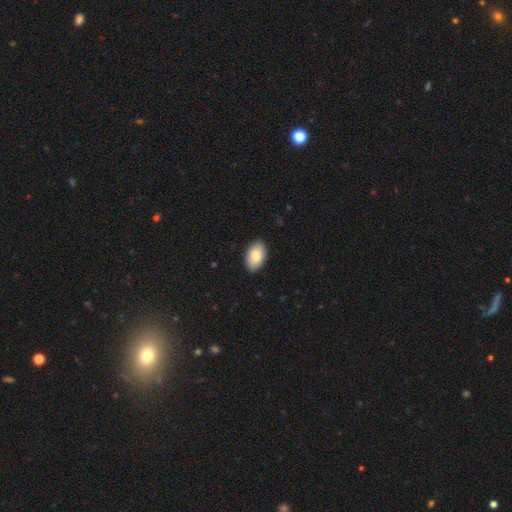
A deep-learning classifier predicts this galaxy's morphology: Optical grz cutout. It shows a smooth galaxy with no disk features (84%) that is in between round and cigar-shaped (94%). Merging: none (87%).